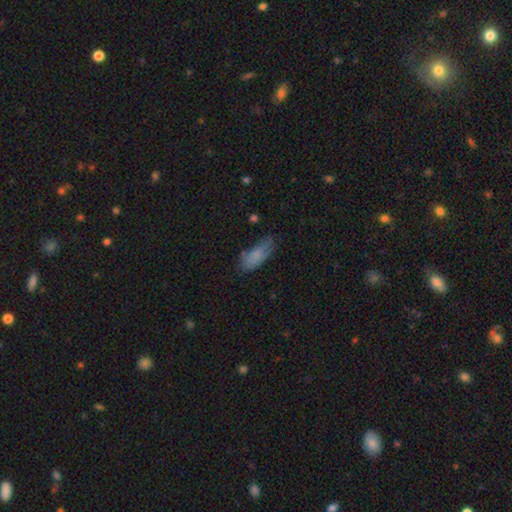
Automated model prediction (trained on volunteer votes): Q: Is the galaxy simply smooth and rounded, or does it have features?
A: smooth — 80%.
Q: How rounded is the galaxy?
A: in between — 74%.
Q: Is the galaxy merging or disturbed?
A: none — 66%.